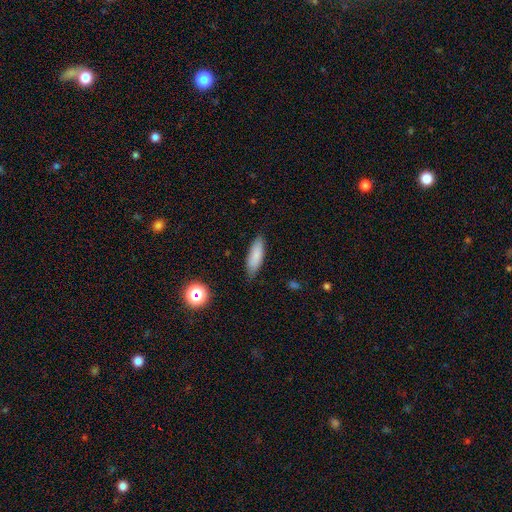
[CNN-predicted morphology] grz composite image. It shows a smooth galaxy with no disk features (84%) that is in between round and cigar-shaped (52%). Merging: none (81%).